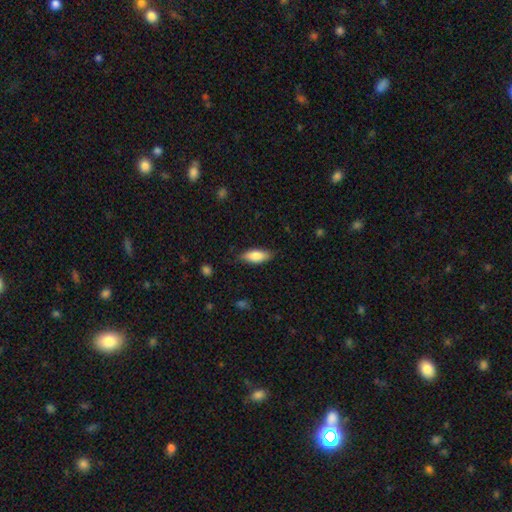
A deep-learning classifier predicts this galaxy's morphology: Smooth or featured: smooth — 80% (featured or disk — 14%)
How rounded: in between — 72% (cigar-shaped — 26%)
Merging: none — 82% (minor disturbance — 14%)